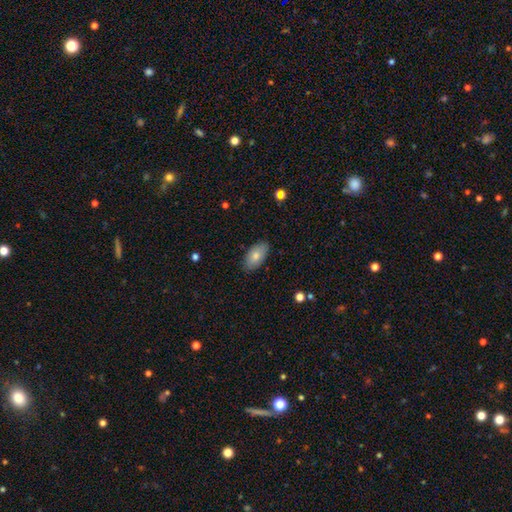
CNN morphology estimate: smooth 78%, featured or disk 16%, star or artifact 7%. Down the decision tree: how rounded — in between (94%); merging — none (85%).